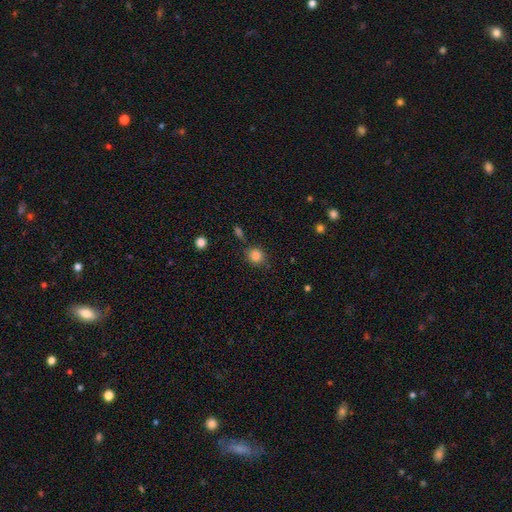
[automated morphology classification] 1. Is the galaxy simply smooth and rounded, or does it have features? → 83% smooth, 10% star or artifact, 6% featured or disk.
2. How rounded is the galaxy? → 75% round, 24% in between, 1% cigar-shaped.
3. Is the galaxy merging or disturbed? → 76% none, 15% minor disturbance, 5% merger, 4% major disturbance.